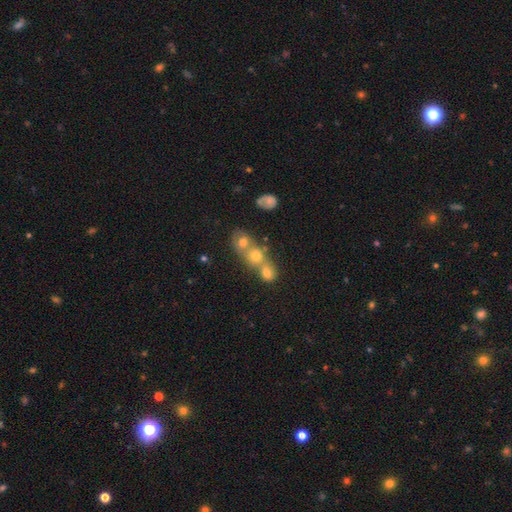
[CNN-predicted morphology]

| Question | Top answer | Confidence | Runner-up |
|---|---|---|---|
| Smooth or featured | smooth | 51% | featured or disk (26%) |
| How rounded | round | 75% | in between (22%) |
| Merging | merger | 63% | none (27%) |